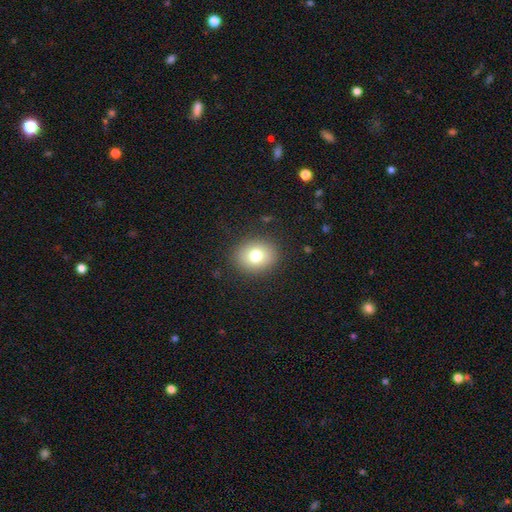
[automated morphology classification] Q: Smooth or featured?
A: smooth (77%); runner-up: featured or disk (12%)
Q: How rounded?
A: round (64%); runner-up: in between (35%)
Q: Merging?
A: none (88%); runner-up: minor disturbance (8%)